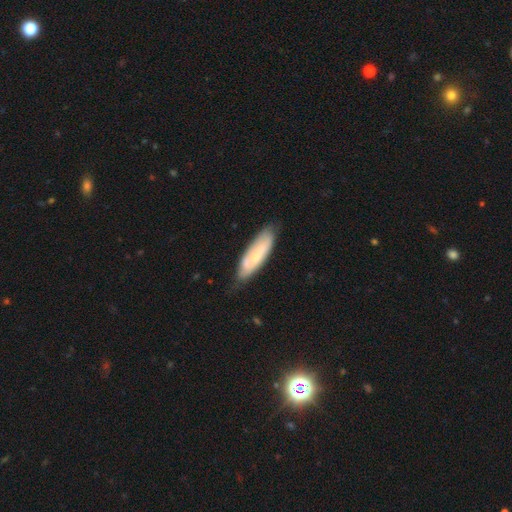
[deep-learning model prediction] Smooth or featured: smooth — 51% (featured or disk — 42%)
How rounded: cigar-shaped — 51% (in between — 48%)
Merging: none — 70% (minor disturbance — 23%)